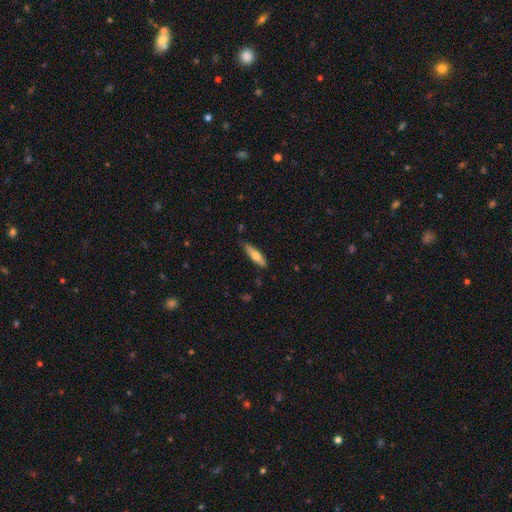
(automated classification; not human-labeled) The model was most divided on "smooth or featured": smooth: 64%, featured or disk: 30%, star or artifact: 6%. More confident: merging — none (75%); how rounded — cigar-shaped (68%).